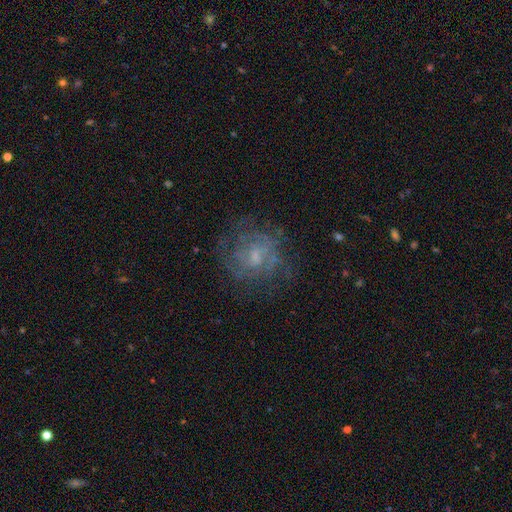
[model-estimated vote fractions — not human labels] The model was most divided on "bulge size": small: 48%, moderate: 33%, none: 14%, large: 3%, dominant: 1%. More confident: edge-on disk — no (97%); spiral arms — yes (70%); merging — none (70%); smooth or featured — featured or disk (61%); bar — no (56%).